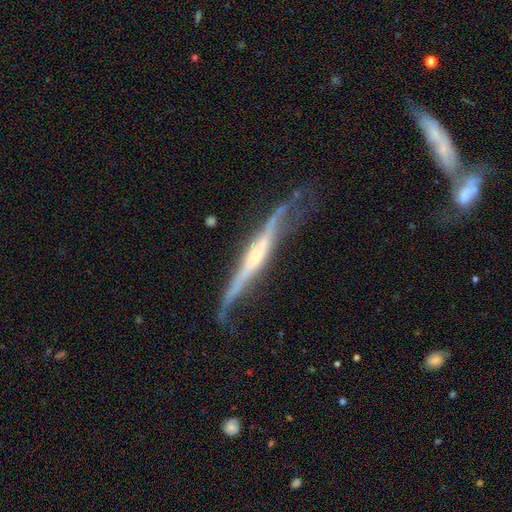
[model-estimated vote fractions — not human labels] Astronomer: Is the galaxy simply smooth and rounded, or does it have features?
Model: featured or disk — 81%.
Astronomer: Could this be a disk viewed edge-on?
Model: yes — 87%.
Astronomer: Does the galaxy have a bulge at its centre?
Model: rounded — 49% (runner-up: none, 32%).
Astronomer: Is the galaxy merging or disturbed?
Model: none — 50% (runner-up: minor disturbance, 29%).